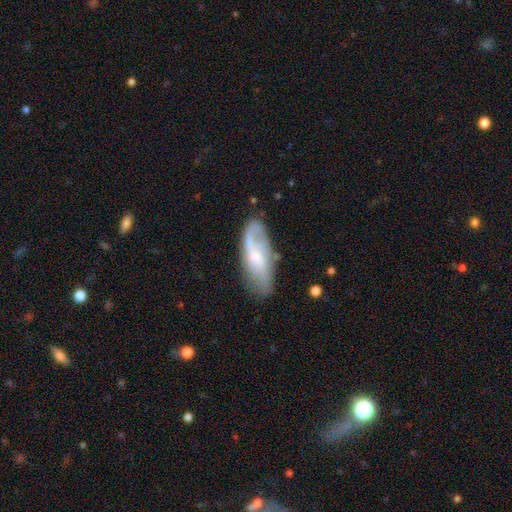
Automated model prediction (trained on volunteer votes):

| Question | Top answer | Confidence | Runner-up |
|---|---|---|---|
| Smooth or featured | featured or disk | 54% | smooth (39%) |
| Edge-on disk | no | 85% | yes (15%) |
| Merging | none | 65% | minor disturbance (22%) |